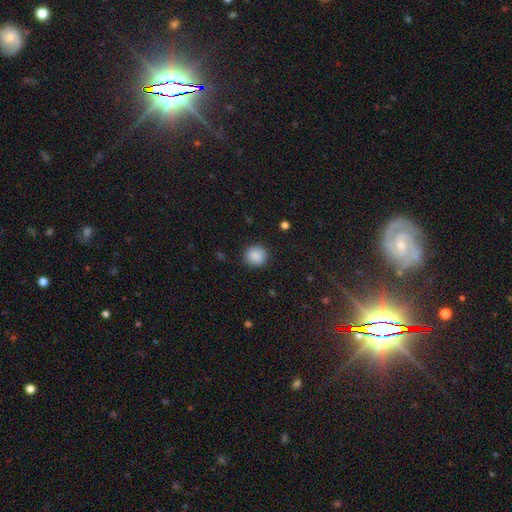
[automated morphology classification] type=smooth (88%); roundness=round (91%); merging=none (90%).